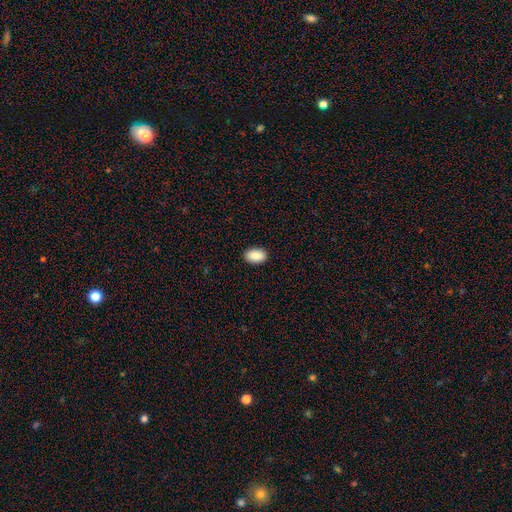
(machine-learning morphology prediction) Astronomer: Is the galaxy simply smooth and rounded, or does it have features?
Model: smooth — 90%.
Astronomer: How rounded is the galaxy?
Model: in between — 92%.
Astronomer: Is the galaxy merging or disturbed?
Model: none — 90%.